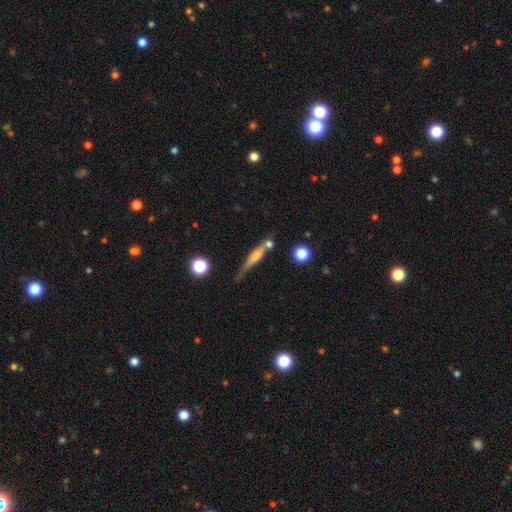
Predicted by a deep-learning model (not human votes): A smooth galaxy with no disk features (46%, tied with featured or disk).

Vote fractions:
- Smooth or featured? smooth: 46% (tied) / featured or disk: 46% (tied) / star or artifact: 8%
- Merging? none: 55% / minor disturbance: 22% / merger: 15% / major disturbance: 8%